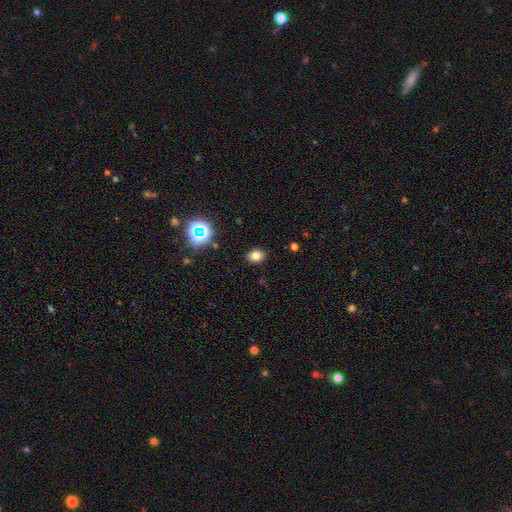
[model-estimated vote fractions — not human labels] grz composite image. It shows a smooth galaxy with no disk features (79%) that is in between round and cigar-shaped (54%). Merging: none (89%).